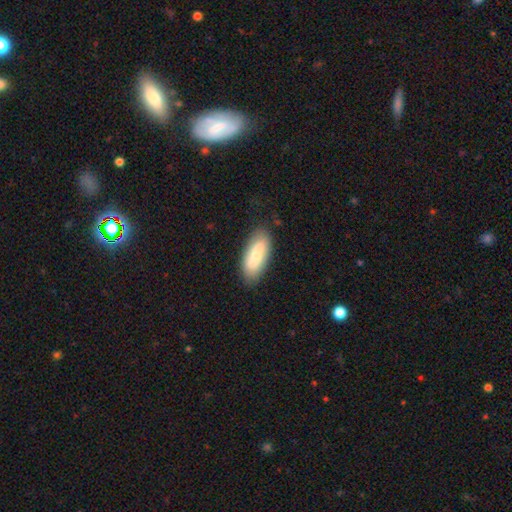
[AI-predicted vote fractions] Smooth or featured? smooth (63%)
How rounded? in between (82%)
Merging? none (81%)